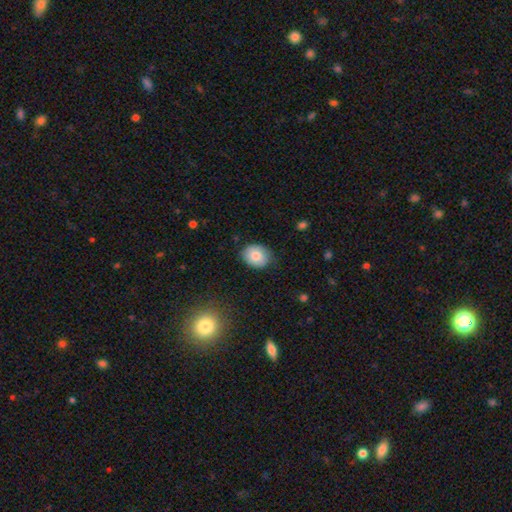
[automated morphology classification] smooth_or_featured: smooth (p=0.80) [alt: featured or disk p=0.12]
how_rounded: in between (p=0.51) [alt: round p=0.48]
merging: none (p=0.80) [alt: minor disturbance p=0.16]